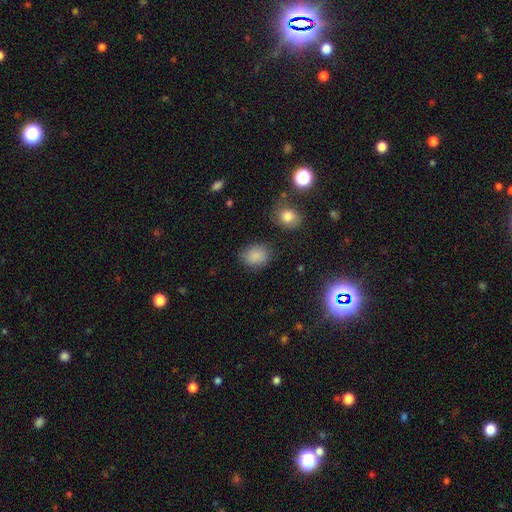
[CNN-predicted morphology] smooth-or-featured: smooth: 85% | star or artifact: 9% | featured or disk: 5%
  how-rounded: in between: 50% | round: 49% | cigar-shaped: 1%
  merging: none: 76% | minor disturbance: 16% | major disturbance: 5% | merger: 3%